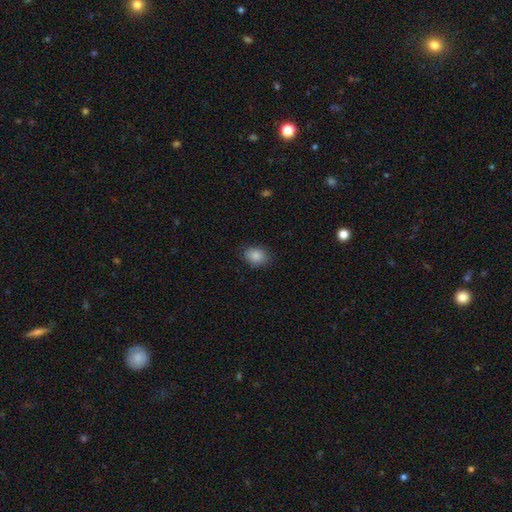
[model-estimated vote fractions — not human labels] Smooth or featured? smooth (87%)
How rounded? in between (68%)
Merging? none (83%)